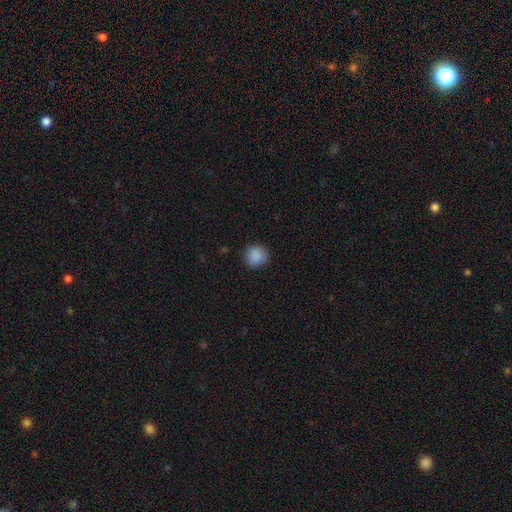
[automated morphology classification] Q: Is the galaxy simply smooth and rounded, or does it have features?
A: smooth — 88%.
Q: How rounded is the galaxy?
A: round — 92%.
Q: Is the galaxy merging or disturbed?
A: none — 88%.